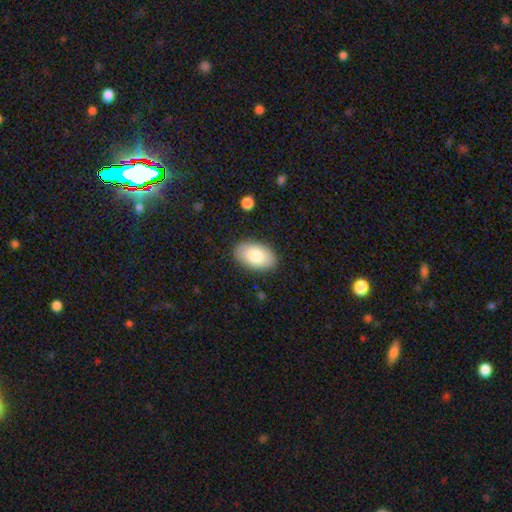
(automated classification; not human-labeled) smooth-or-featured: smooth: 81% | featured or disk: 13% | star or artifact: 6%
  how-rounded: in between: 94% | round: 5% | cigar-shaped: 1%
  merging: none: 87% | minor disturbance: 10% | major disturbance: 2% | merger: 1%